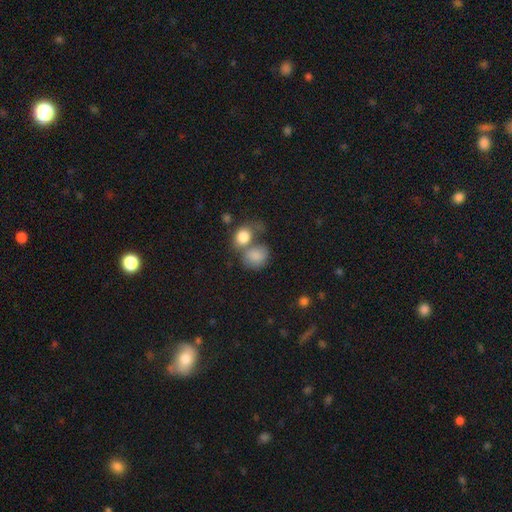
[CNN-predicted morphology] A smooth galaxy with no disk features (82%) that is round (57%). Merging: merger (48%).